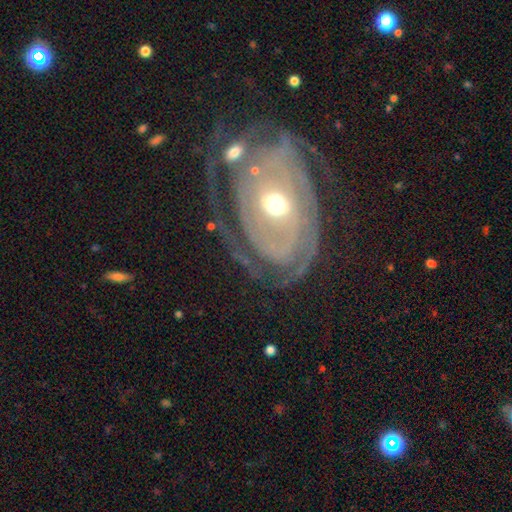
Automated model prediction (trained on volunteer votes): Smooth or featured? featured or disk (85%)
Edge-on disk? no (95%)
Bar? no (65%)
Spiral arms? yes (94%)
Spiral winding? tight (79%)
Spiral arm count? can't tell (31%)
Bulge size? moderate (70%)
Merging? none (69%)